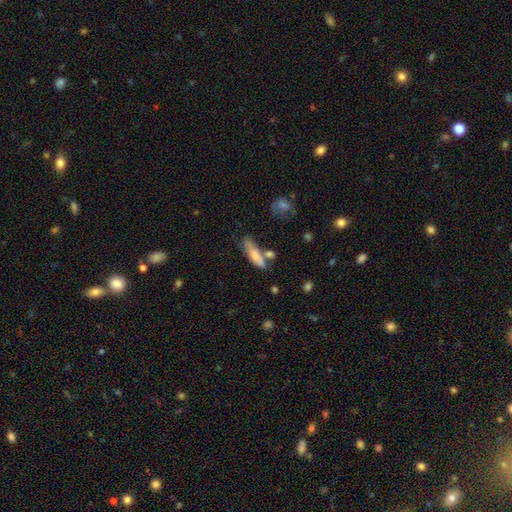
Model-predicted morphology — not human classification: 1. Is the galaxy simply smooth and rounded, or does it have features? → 72% smooth, 21% featured or disk, 7% star or artifact.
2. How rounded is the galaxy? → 57% cigar-shaped, 40% in between, 2% round.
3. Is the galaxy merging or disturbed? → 46% none, 23% minor disturbance, 21% merger, 10% major disturbance.